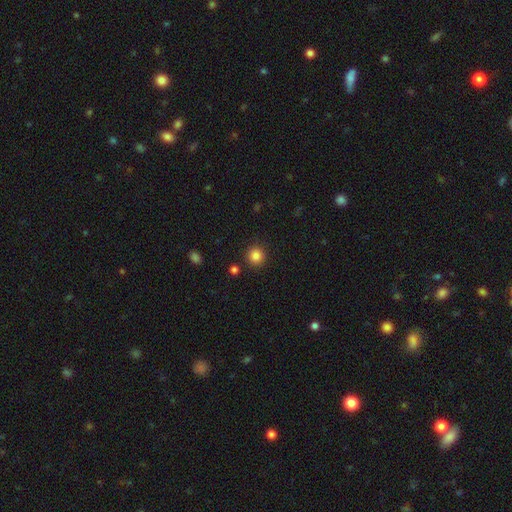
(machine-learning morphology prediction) smooth_or_featured: smooth (p=0.85) [alt: star or artifact p=0.11]
how_rounded: round (p=0.94) [alt: in between p=0.05]
merging: none (p=0.90) [alt: minor disturbance p=0.06]